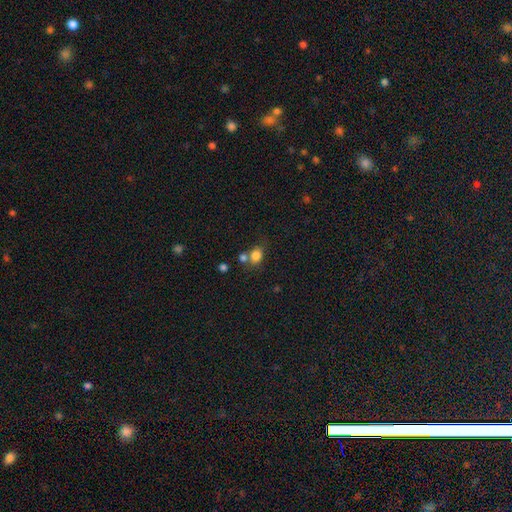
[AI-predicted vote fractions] A smooth galaxy with no disk features (81%) that is round (52%). Merging: none (52%).